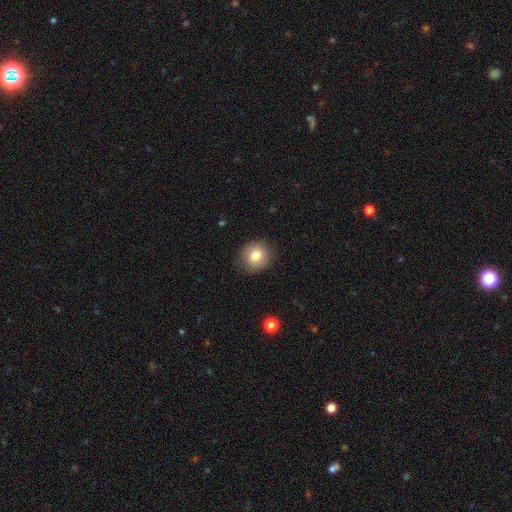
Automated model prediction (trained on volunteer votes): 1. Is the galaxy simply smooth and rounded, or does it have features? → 81% smooth, 10% star or artifact, 10% featured or disk.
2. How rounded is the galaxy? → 85% round, 14% in between, 1% cigar-shaped.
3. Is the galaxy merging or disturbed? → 87% none, 9% minor disturbance, 3% major disturbance, 1% merger.